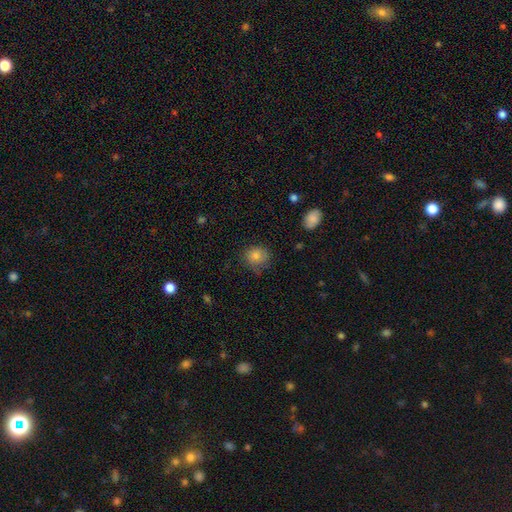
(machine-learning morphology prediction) smooth 76%, featured or disk 12%, star or artifact 12%. Down the decision tree: how rounded — round (73%); merging — none (65%).